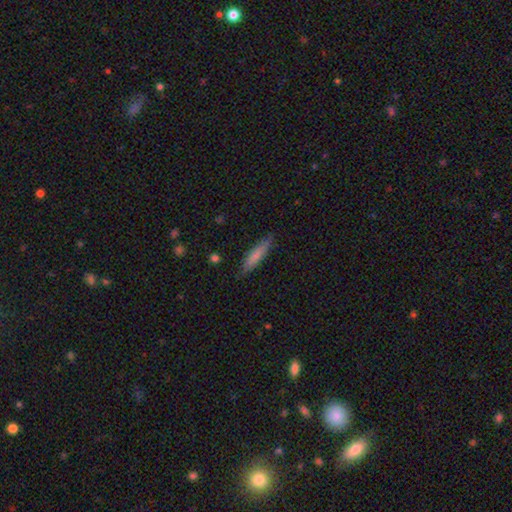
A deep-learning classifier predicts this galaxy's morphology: smooth 74%, featured or disk 20%, star or artifact 6%. Down the decision tree: how rounded — cigar-shaped (83%); merging — none (83%).